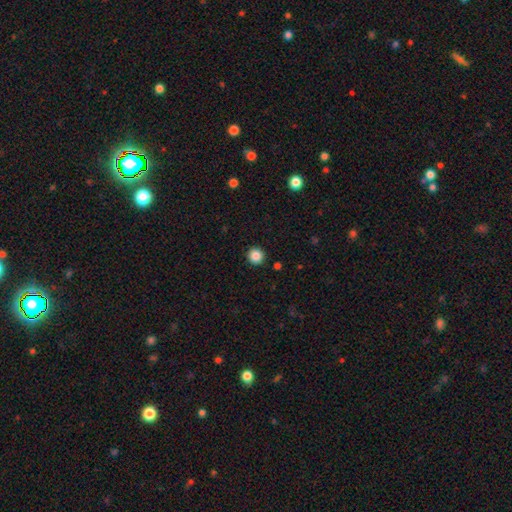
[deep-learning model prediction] Smooth or featured? Predicted: smooth (p=0.86). How rounded? Predicted: round (p=0.94). Merging? Predicted: none (p=0.93).